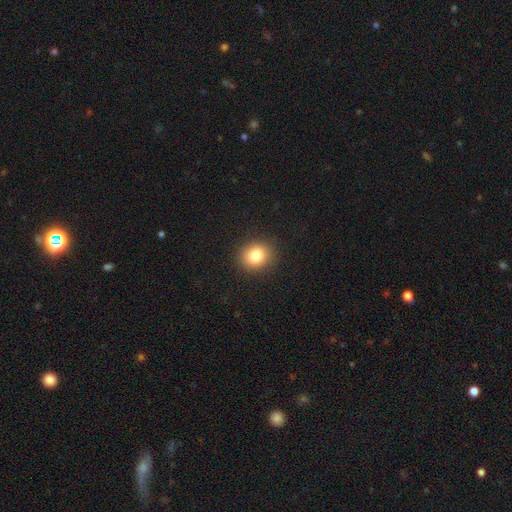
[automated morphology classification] Smooth or featured: smooth — 81% (star or artifact — 11%)
How rounded: round — 76% (in between — 23%)
Merging: none — 90% (minor disturbance — 6%)